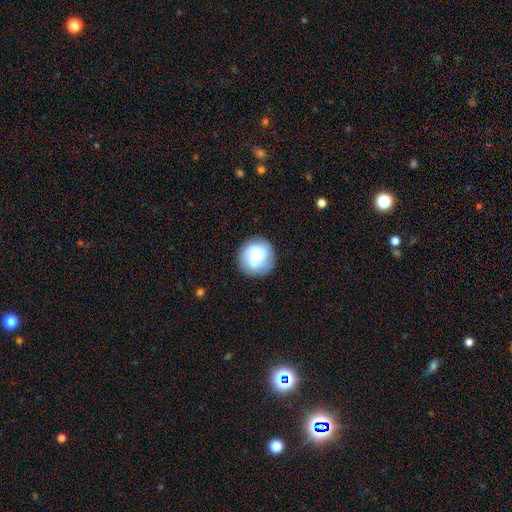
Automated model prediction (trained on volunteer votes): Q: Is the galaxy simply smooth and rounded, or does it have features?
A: smooth — 46%.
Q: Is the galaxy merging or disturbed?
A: none — 81%.